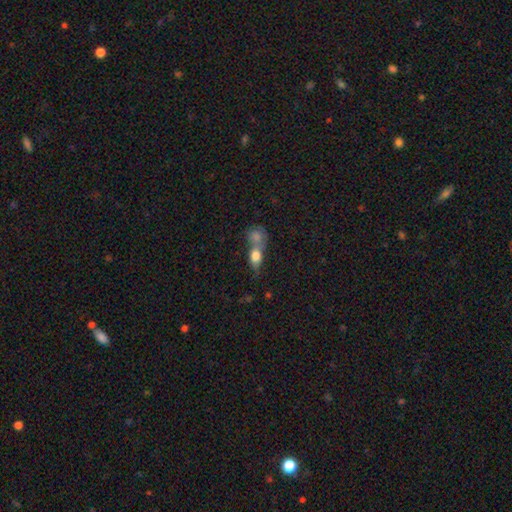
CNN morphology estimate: The model was most divided on "merging": merger: 61%, none: 24%, minor disturbance: 9%, major disturbance: 6%. More confident: smooth or featured — smooth (75%); how rounded — in between (65%).